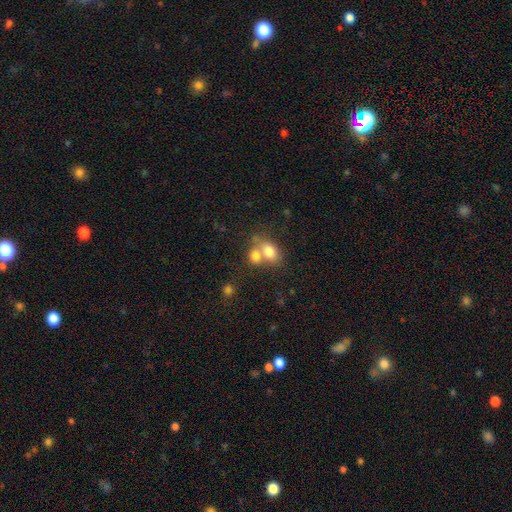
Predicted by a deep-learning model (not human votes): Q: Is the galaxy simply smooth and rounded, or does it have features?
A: smooth — 77%.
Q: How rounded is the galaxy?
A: in between — 68%.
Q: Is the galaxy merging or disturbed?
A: merger — 59%.